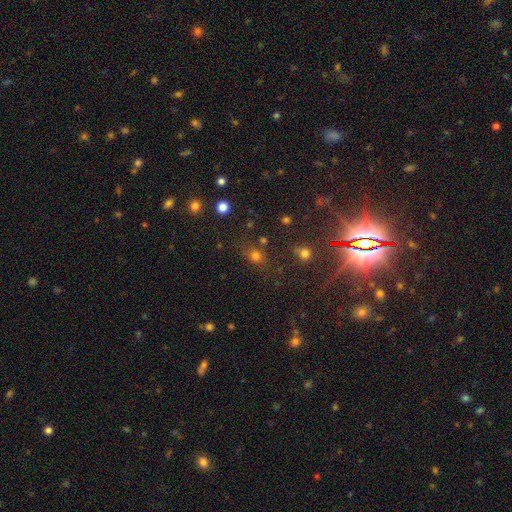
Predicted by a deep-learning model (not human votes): smooth 62%, star or artifact 30%, featured or disk 8%. Down the decision tree: how rounded — round (71%); merging — none (75%).